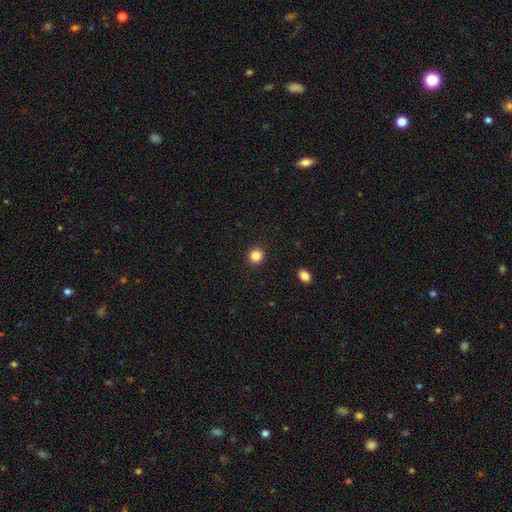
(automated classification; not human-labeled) The model was most divided on "smooth or featured": smooth: 85%, star or artifact: 11%, featured or disk: 4%. More confident: merging — none (92%); how rounded — round (91%).